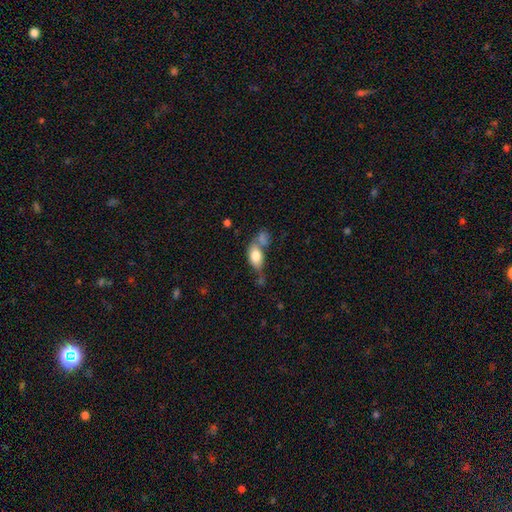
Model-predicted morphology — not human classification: Overall: smooth (76%). How rounded: in between (86%). Merging: merger (40%; none 33%).